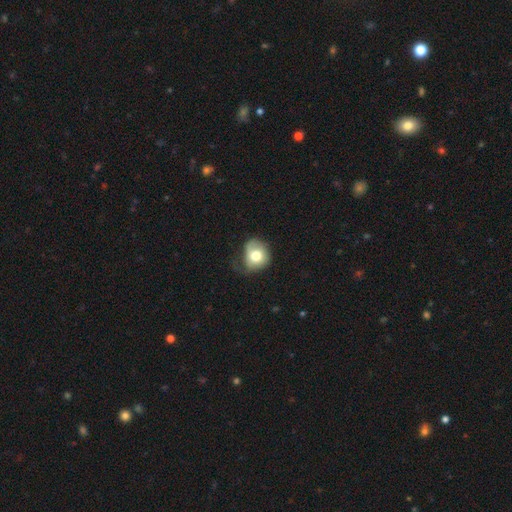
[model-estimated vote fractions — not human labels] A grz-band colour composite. It shows a smooth galaxy with no disk features (72%) that is round (68%). Merging: minor disturbance (39%).